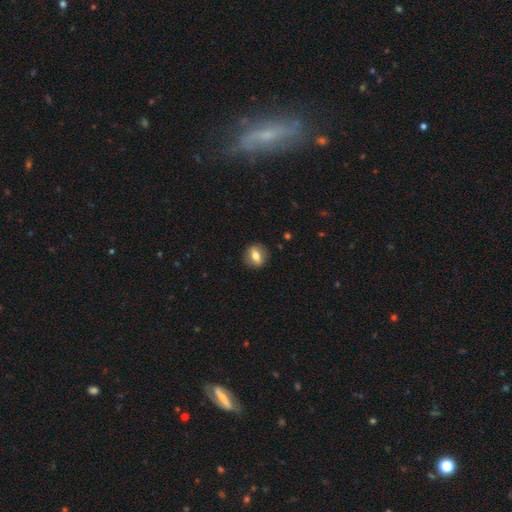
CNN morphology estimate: Smooth or featured: smooth — 59% (featured or disk — 33%)
How rounded: round — 57% (in between — 39%)
Merging: none — 87% (minor disturbance — 9%)